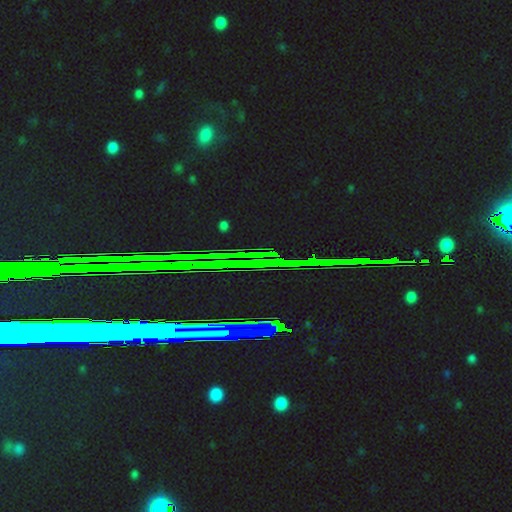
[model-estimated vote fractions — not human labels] This is clearly a star or artifact rather than a galaxy (85%).